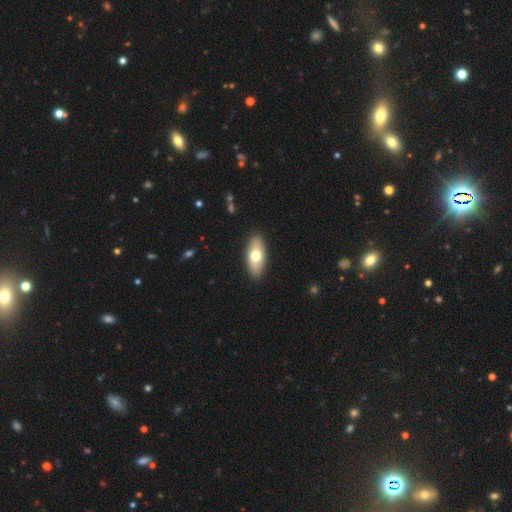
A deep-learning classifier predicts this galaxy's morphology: The model was most divided on "smooth or featured": smooth: 67%, featured or disk: 27%, star or artifact: 6%. More confident: merging — none (89%); how rounded — in between (86%).